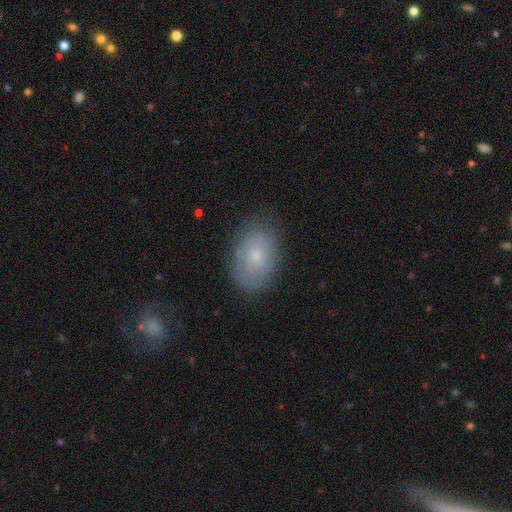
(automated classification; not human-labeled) smooth-or-featured: smooth: 67% | featured or disk: 25% | star or artifact: 9%
  how-rounded: in between: 87% | round: 12% | cigar-shaped: 1%
  merging: none: 78% | minor disturbance: 17% | major disturbance: 4% | merger: 1%